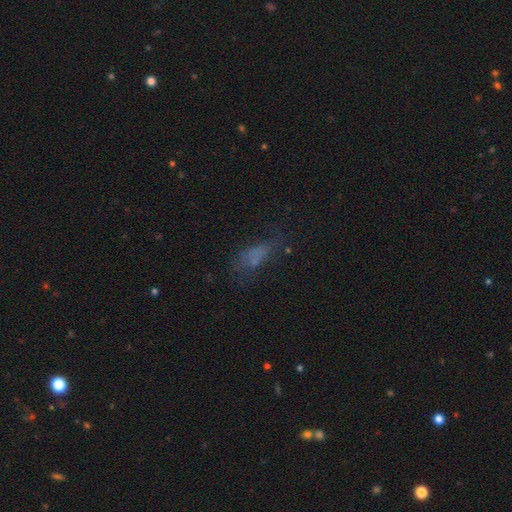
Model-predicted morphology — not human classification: A smooth galaxy with no disk features (59%) that is in between round and cigar-shaped (77%). Merging: none (46%).